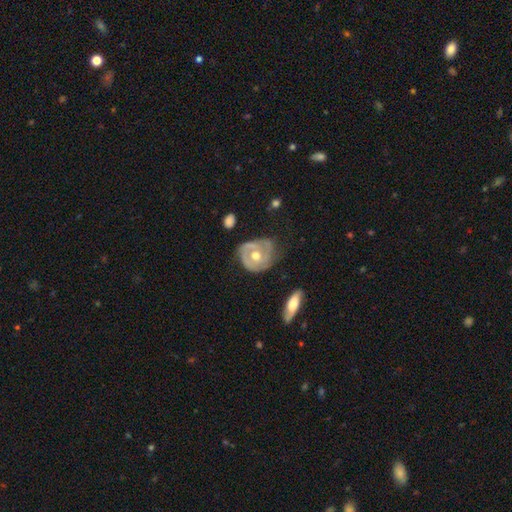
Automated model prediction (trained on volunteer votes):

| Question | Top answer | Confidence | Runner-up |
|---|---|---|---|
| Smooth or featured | featured or disk | 65% | smooth (29%) |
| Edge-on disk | no | 96% | yes (4%) |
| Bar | no | 81% | weak (15%) |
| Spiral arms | yes | 56% | no (44%) |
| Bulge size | moderate | 78% | small (14%) |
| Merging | none | 46% | minor disturbance (32%) |